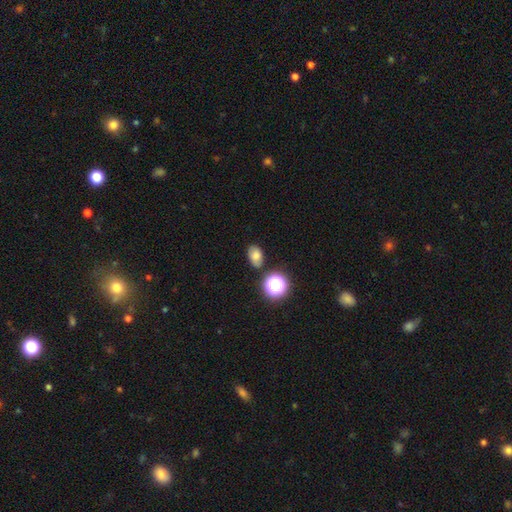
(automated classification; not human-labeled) This appears to be a smooth galaxy with no disk features (75%) that is in between round and cigar-shaped (79%). Merging: none (80%).